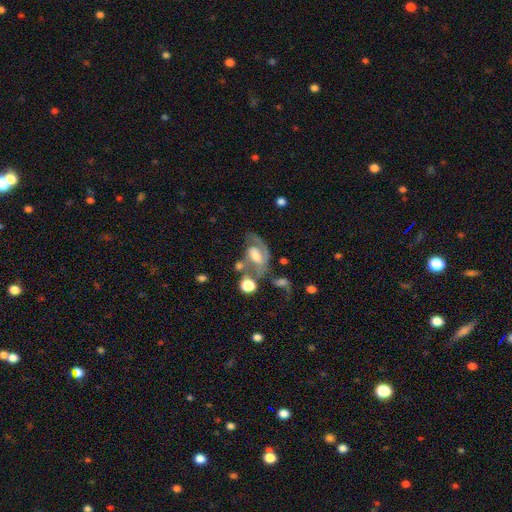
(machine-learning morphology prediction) This is likely a featured or disk galaxy (74%). It is clearly not viewed edge-on (96%). Bar: marginally no (41%, tied with weak). Spiral arm pattern: clearly yes (84%). Spiral arm count: possibly 2 (56%). Spiral winding: possibly medium (45%). Central bulge: possibly moderate (54%). Merging: marginally none (35%).